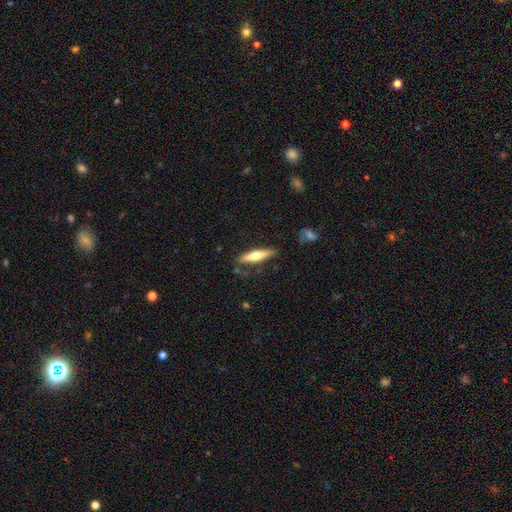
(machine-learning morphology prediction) Overall: smooth (51%; featured or disk 43%). How rounded: cigar-shaped (78%). Merging: none (82%).